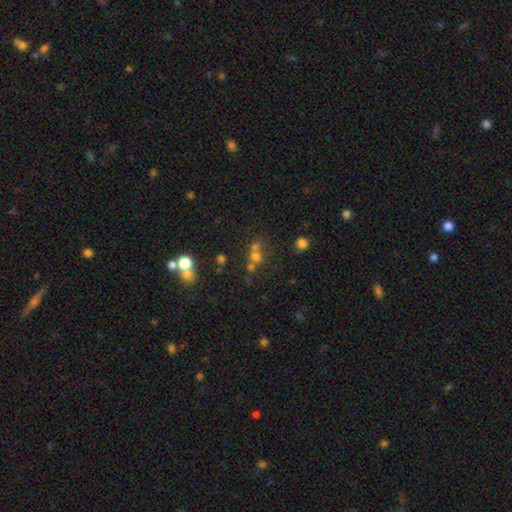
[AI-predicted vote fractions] Smooth or featured?
  - smooth: 57% *
  - star or artifact: 27%
  - featured or disk: 16%
How rounded?
  - round: 82% *
  - in between: 16%
  - cigar-shaped: 1%
Merging?
  - merger: 44% *
  - none: 43%
  - minor disturbance: 8%
  - major disturbance: 5%